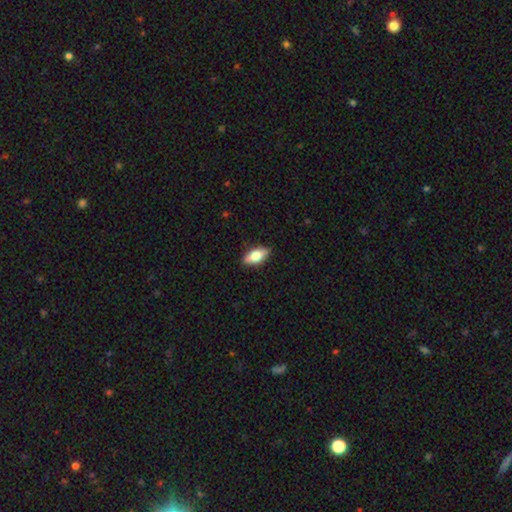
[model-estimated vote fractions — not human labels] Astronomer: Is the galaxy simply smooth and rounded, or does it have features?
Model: smooth — 65%.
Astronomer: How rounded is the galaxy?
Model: in between — 84%.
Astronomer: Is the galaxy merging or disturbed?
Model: none — 87%.